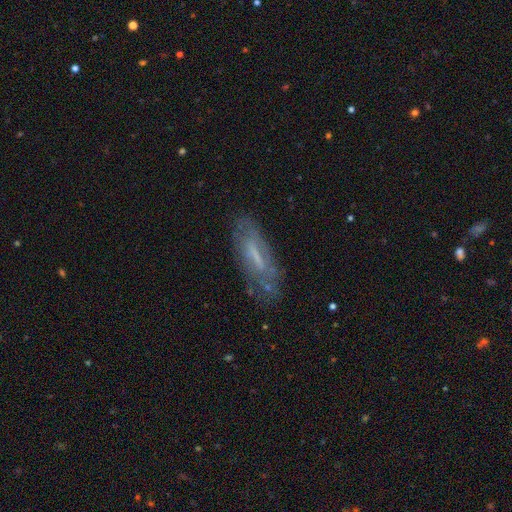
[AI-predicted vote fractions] A featured or disk galaxy (56%). Merging: none (69%).